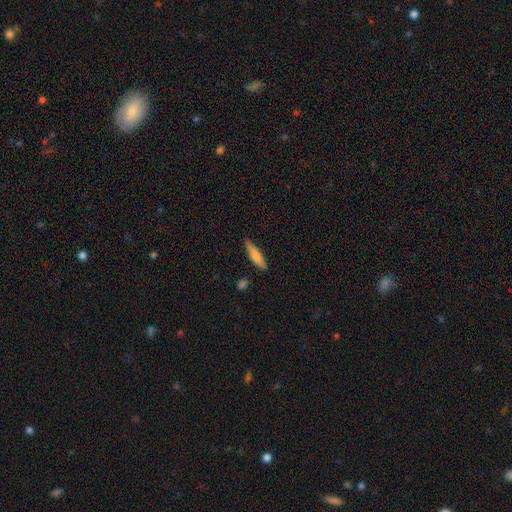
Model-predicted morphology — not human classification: smooth 75%, featured or disk 19%, star or artifact 6%. Down the decision tree: how rounded — cigar-shaped (77%); merging — none (82%).